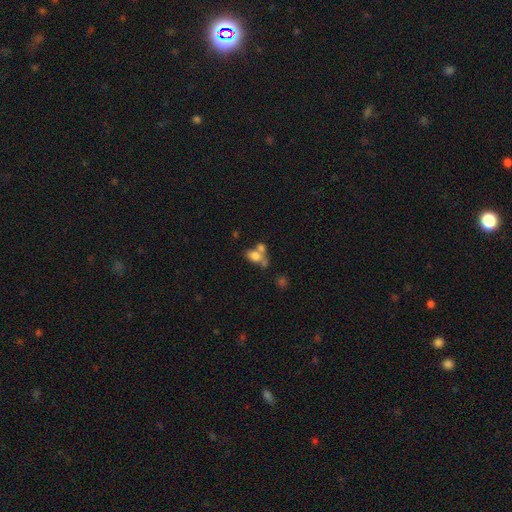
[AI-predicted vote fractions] A smooth galaxy with no disk features (69%) that is in between round and cigar-shaped (67%).

Vote fractions:
- Smooth or featured? smooth: 69% / featured or disk: 18% / star or artifact: 13%
- How rounded? in between: 67% / round: 30% / cigar-shaped: 3%
- Merging? merger: 48% / none: 31% / minor disturbance: 12% / major disturbance: 9%